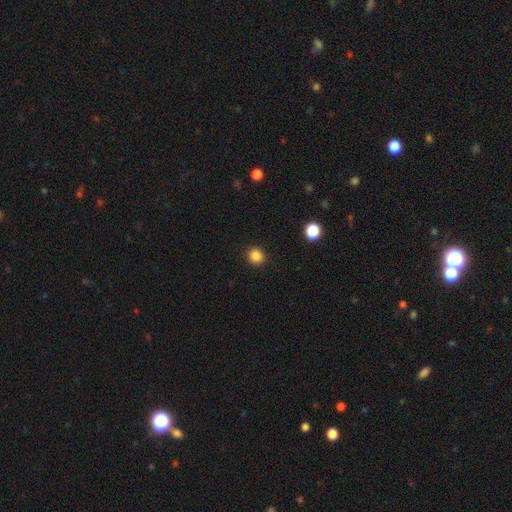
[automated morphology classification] type=smooth (85%); roundness=round (86%); merging=none (91%).